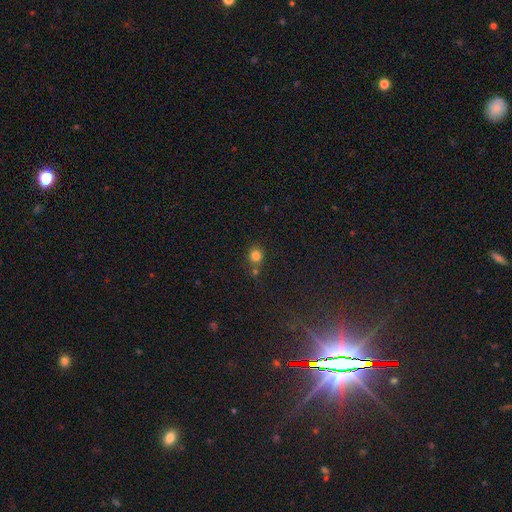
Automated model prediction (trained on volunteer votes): Smooth or featured? smooth (80%)
How rounded? round (83%)
Merging? none (64%)